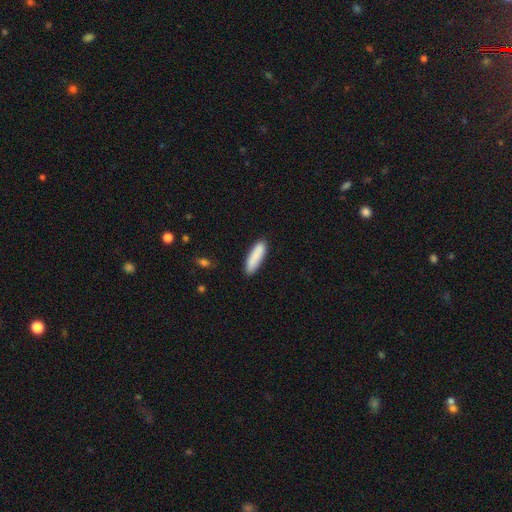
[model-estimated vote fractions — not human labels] smooth 87%, featured or disk 7%, star or artifact 6%. Down the decision tree: how rounded — cigar-shaped (62%); merging — none (85%).